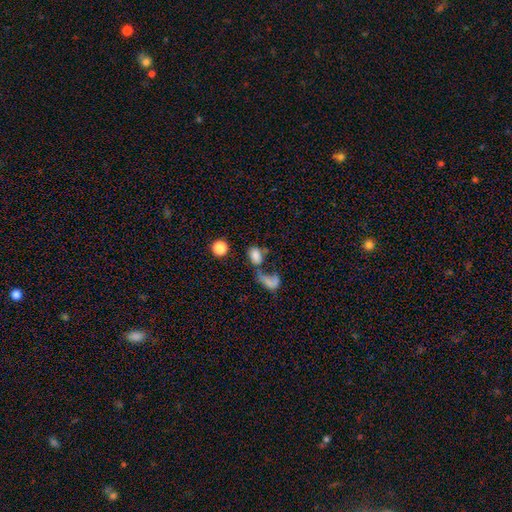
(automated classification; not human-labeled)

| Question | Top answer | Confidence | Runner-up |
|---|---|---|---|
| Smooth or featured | smooth | 76% | featured or disk (12%) |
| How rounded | in between | 76% | round (21%) |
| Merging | merger | 39% | none (30%) |